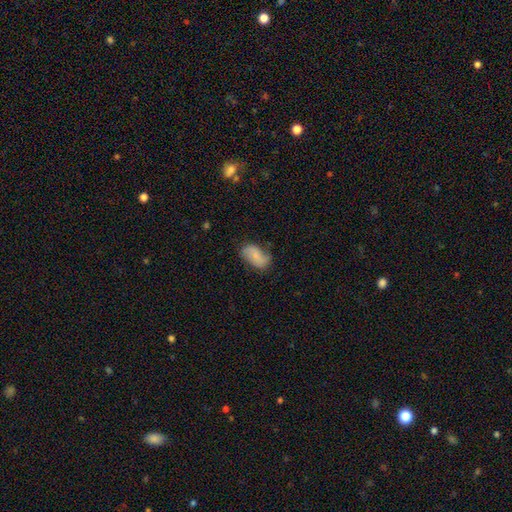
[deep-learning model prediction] This appears to be a smooth galaxy with no disk features (55%) that is in between round and cigar-shaped (91%). Merging: none (57%).